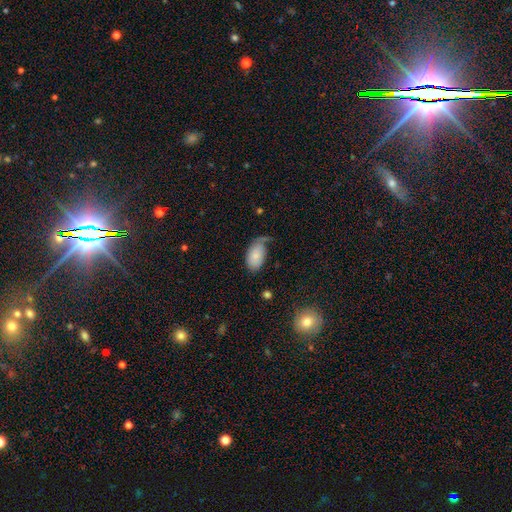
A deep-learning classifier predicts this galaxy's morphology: Q: Smooth or featured?
A: smooth (77%); runner-up: featured or disk (16%)
Q: How rounded?
A: in between (93%); runner-up: round (6%)
Q: Merging?
A: none (36%); runner-up: minor disturbance (33%)